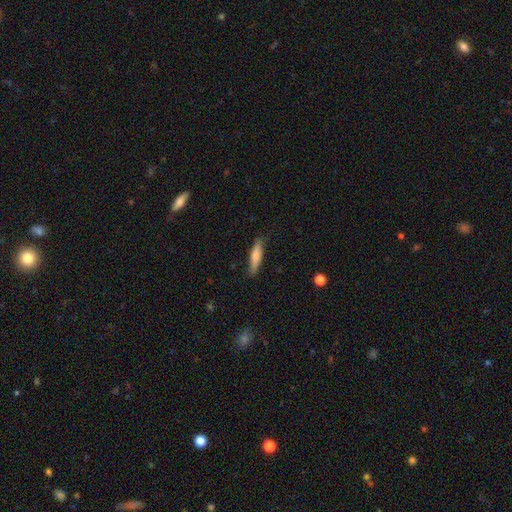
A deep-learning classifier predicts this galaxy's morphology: Smooth or featured? Predicted: smooth (p=0.75). How rounded? Predicted: cigar-shaped (p=0.75). Merging? Predicted: none (p=0.81).